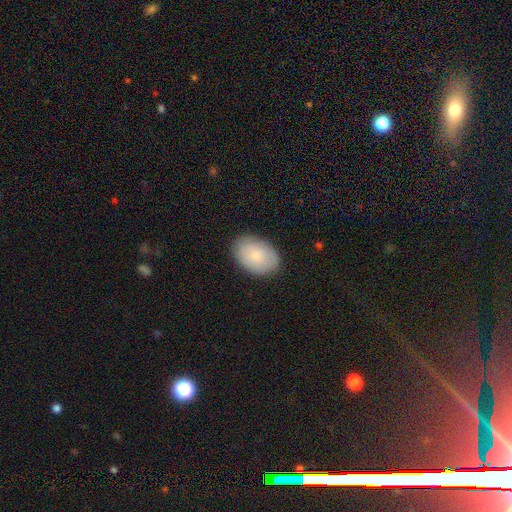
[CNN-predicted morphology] A smooth galaxy with no disk features (83%) that is in between round and cigar-shaped (86%). Merging: none (86%).